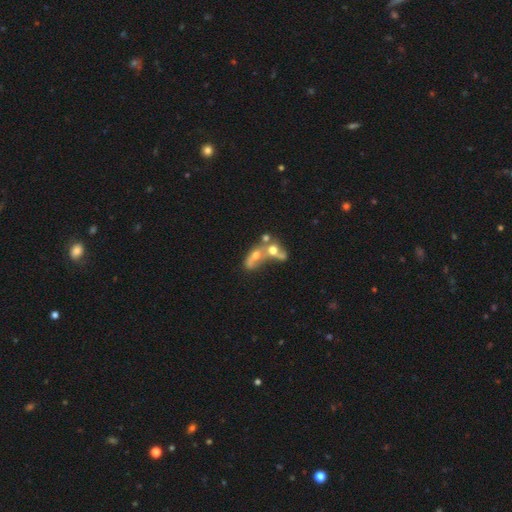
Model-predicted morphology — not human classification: A smooth galaxy with no disk features (44%).

Vote fractions:
- Smooth or featured? smooth: 44% / featured or disk: 41% / star or artifact: 15%
- Merging? merger: 70% / major disturbance: 12% / none: 12% / minor disturbance: 6%